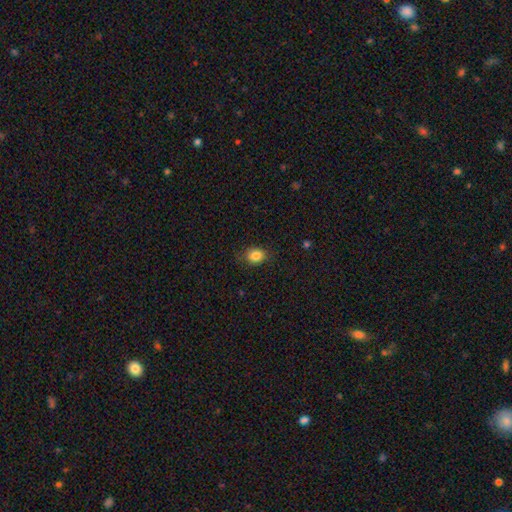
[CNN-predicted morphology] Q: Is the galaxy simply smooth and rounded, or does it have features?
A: smooth — 85%.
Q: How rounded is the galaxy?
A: in between — 50%.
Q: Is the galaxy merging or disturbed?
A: none — 83%.